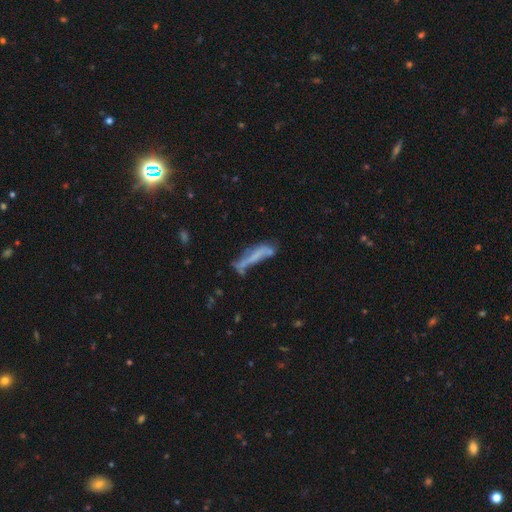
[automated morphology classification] smooth-or-featured: smooth: 47% | featured or disk: 41% | star or artifact: 12%
  merging: none: 39% | minor disturbance: 27% | major disturbance: 22% | merger: 12%